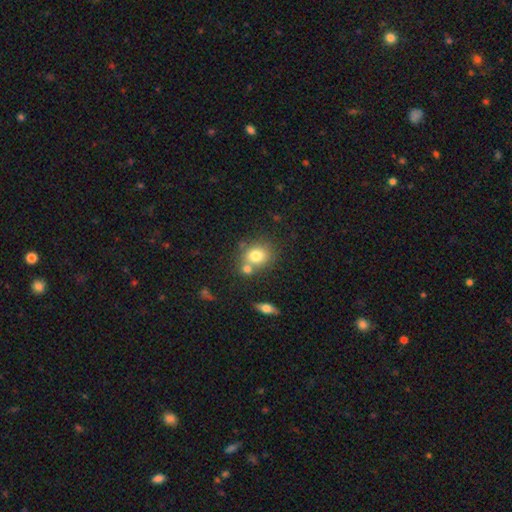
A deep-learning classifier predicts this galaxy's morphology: This appears to be a smooth galaxy with no disk features (76%) that is round (65%). Merging: none (54%).